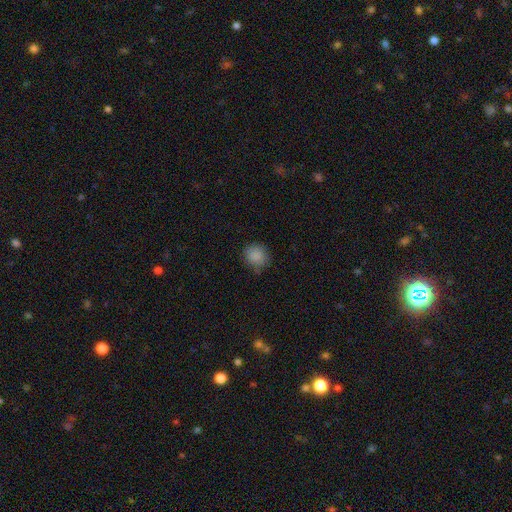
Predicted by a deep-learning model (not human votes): Smooth or featured?
  - smooth: 87% *
  - star or artifact: 10%
  - featured or disk: 4%
How rounded?
  - round: 83% *
  - in between: 16%
  - cigar-shaped: 1%
Merging?
  - none: 77% *
  - minor disturbance: 18%
  - major disturbance: 4%
  - merger: 1%